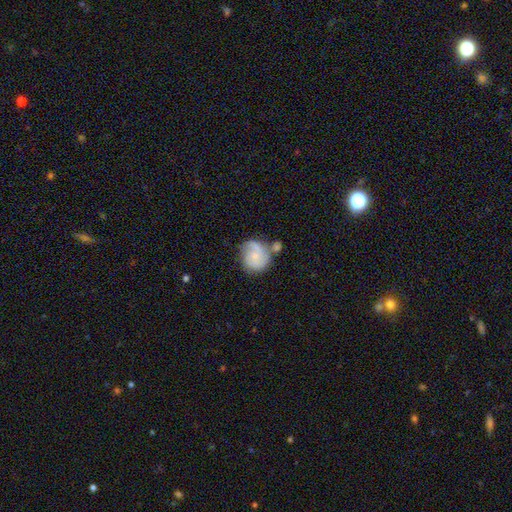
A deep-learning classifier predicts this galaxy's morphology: Overall: featured or disk (50%; smooth 43%). Edge-on disk: no (98%). Merging: none (46%; minor disturbance 23%).